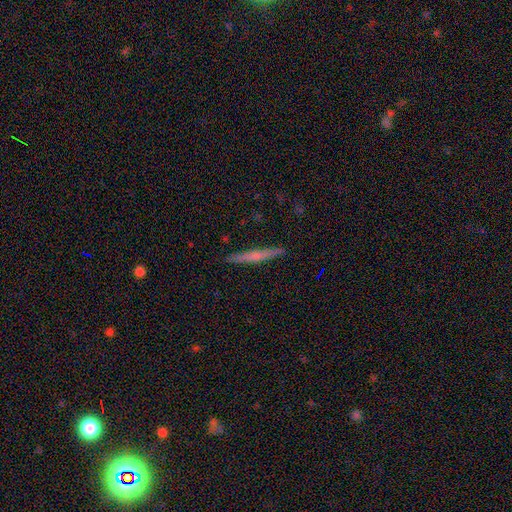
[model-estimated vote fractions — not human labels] A smooth galaxy with no disk features (49%). Merging: none (91%).